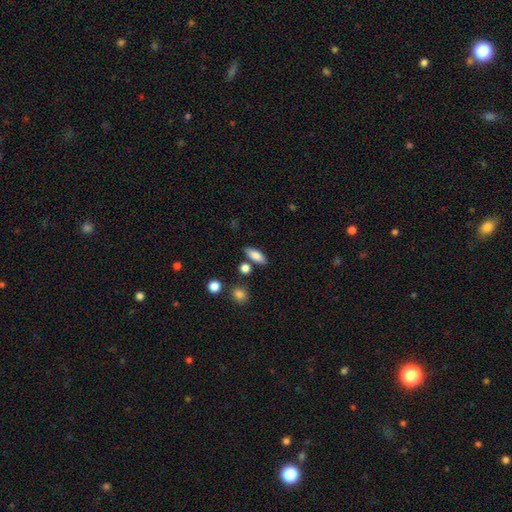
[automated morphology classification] Smooth or featured? Predicted: smooth (p=0.84). How rounded? Predicted: in between (p=0.77). Merging? Predicted: none (p=0.79).